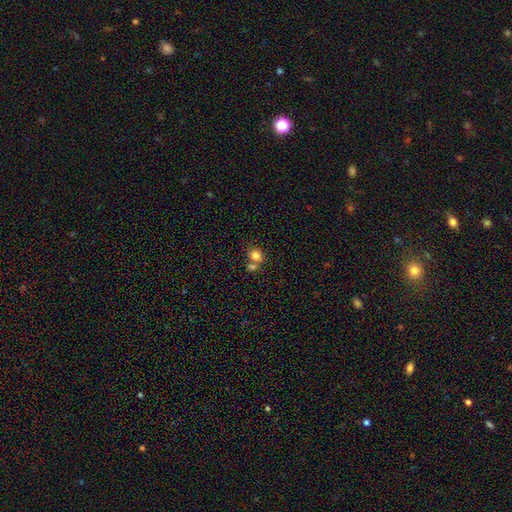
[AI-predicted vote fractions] smooth 80%, star or artifact 11%, featured or disk 9%. Down the decision tree: how rounded — round (71%); merging — none (49%).